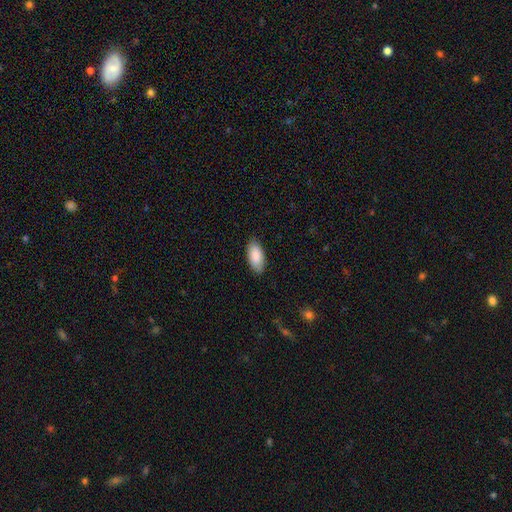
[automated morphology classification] The model was most divided on "merging": none: 86%, minor disturbance: 11%, major disturbance: 2%, merger: 1%. More confident: how rounded — in between (91%); smooth or featured — smooth (89%).